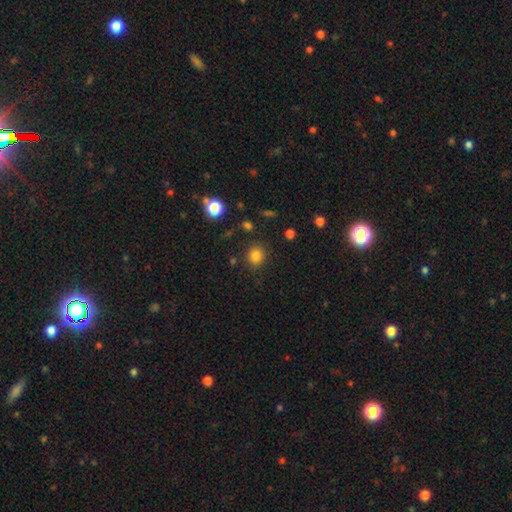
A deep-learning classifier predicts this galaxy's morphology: smooth-or-featured: smooth: 82% | star or artifact: 12% | featured or disk: 5%
  how-rounded: round: 80% | in between: 19% | cigar-shaped: 1%
  merging: none: 87% | minor disturbance: 8% | major disturbance: 3% | merger: 2%